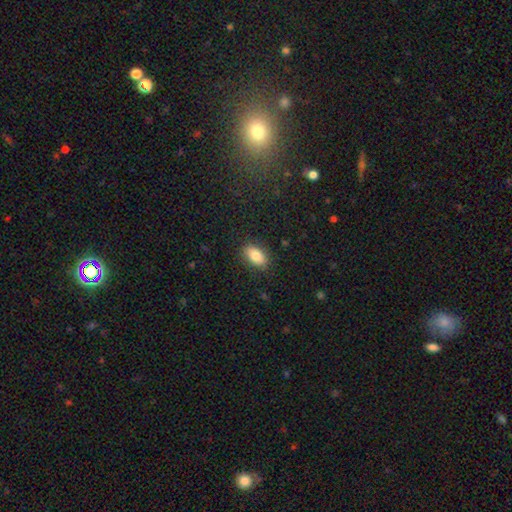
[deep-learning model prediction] A smooth galaxy with no disk features (83%) that is in between round and cigar-shaped (91%).

Vote fractions:
- Smooth or featured? smooth: 83% / featured or disk: 10% / star or artifact: 8%
- How rounded? in between: 91% / round: 6% / cigar-shaped: 3%
- Merging? none: 86% / minor disturbance: 10% / major disturbance: 3% / merger: 1%